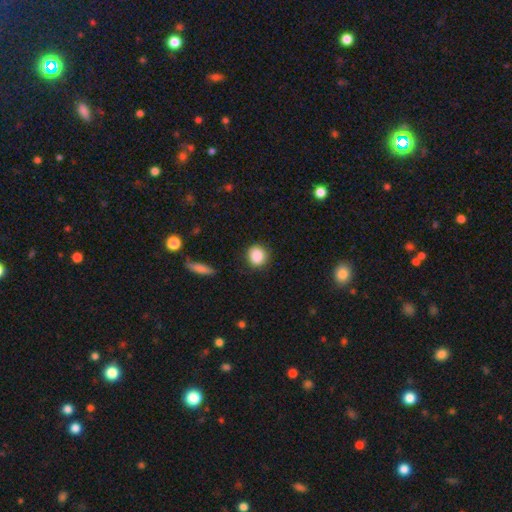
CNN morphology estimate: smooth-or-featured: smooth: 88% | star or artifact: 8% | featured or disk: 4%
  how-rounded: round: 81% | in between: 17% | cigar-shaped: 1%
  merging: none: 81% | minor disturbance: 14% | major disturbance: 3% | merger: 2%